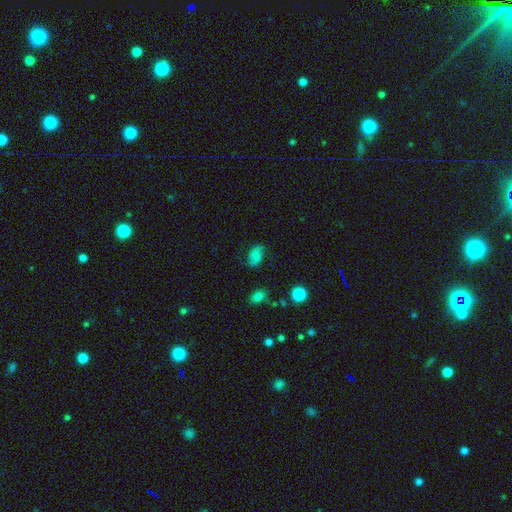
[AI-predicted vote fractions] Smooth or featured?
  - smooth: 70% *
  - featured or disk: 19%
  - star or artifact: 11%
How rounded?
  - in between: 86% *
  - round: 12%
  - cigar-shaped: 2%
Merging?
  - none: 72% *
  - minor disturbance: 21%
  - major disturbance: 6%
  - merger: 2%